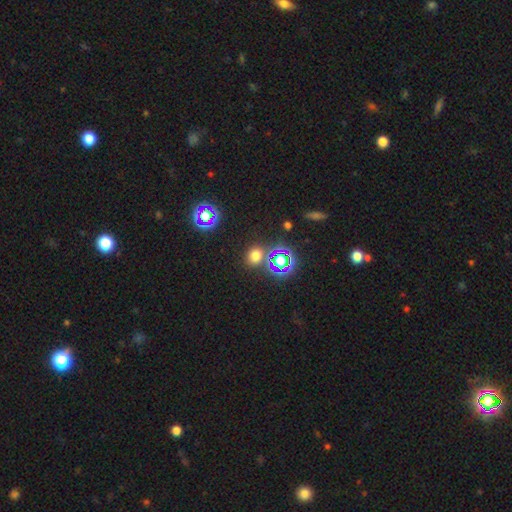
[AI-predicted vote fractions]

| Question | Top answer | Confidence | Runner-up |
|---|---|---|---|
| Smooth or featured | smooth | 62% | star or artifact (31%) |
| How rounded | round | 72% | in between (27%) |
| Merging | none | 77% | merger (10%) |